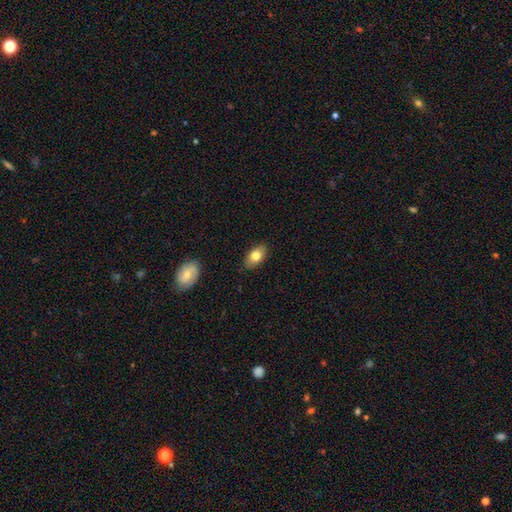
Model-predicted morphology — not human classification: smooth-or-featured: smooth: 78% | featured or disk: 14% | star or artifact: 7%
  how-rounded: in between: 90% | round: 8% | cigar-shaped: 3%
  merging: none: 86% | minor disturbance: 11% | major disturbance: 2% | merger: 1%